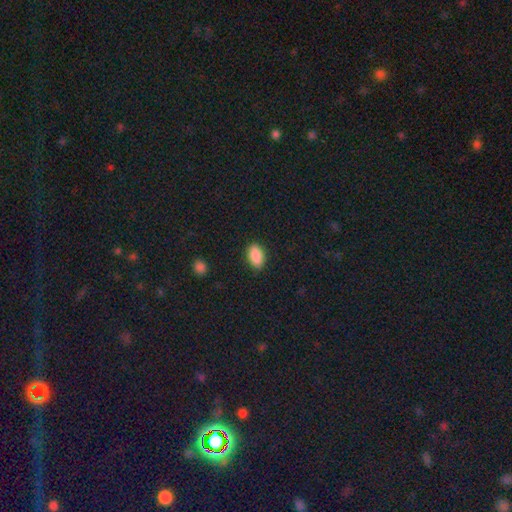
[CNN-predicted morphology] Overall: smooth (89%). How rounded: in between (93%). Merging: none (88%).